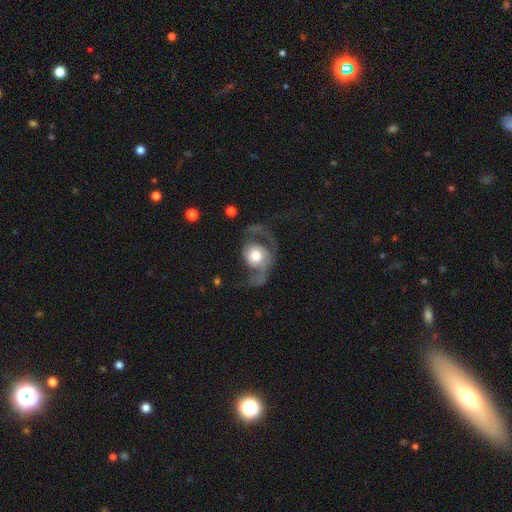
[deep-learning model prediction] A featured or disk galaxy (59%) with no bar (77%), spiral arms (71%) and a moderate central bulge (51%). Merging: major disturbance (50%).